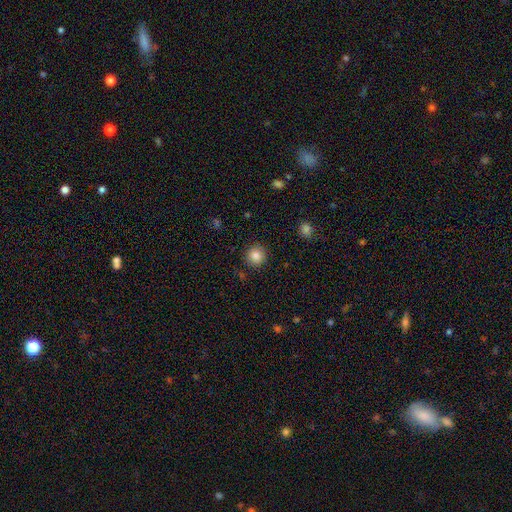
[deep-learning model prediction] Smooth or featured?
  - smooth: 85% *
  - star or artifact: 10%
  - featured or disk: 5%
How rounded?
  - round: 94% *
  - in between: 6%
  - cigar-shaped: 1%
Merging?
  - none: 89% *
  - minor disturbance: 7%
  - major disturbance: 2%
  - merger: 1%